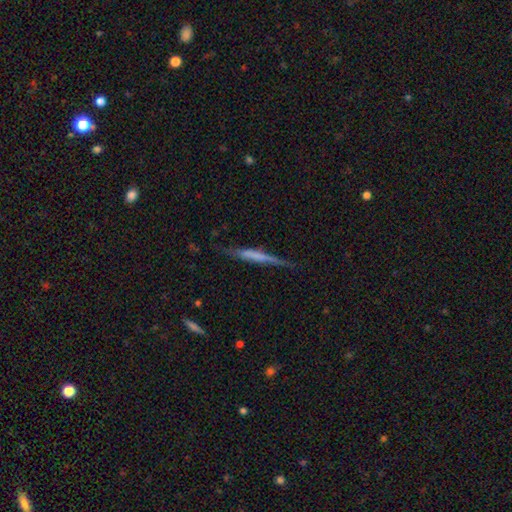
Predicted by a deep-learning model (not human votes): A featured or disk galaxy (55%) viewed edge-on (94%) with no central bulge (54%). Merging: none (74%).